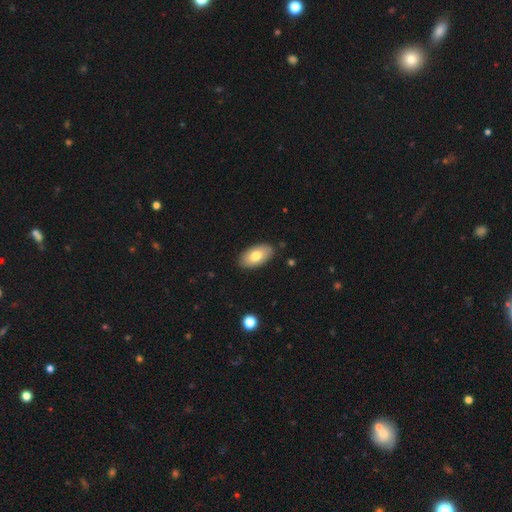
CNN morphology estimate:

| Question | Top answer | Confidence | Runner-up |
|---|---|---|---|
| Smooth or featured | smooth | 74% | featured or disk (20%) |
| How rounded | in between | 95% | round (3%) |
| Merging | none | 88% | minor disturbance (9%) |